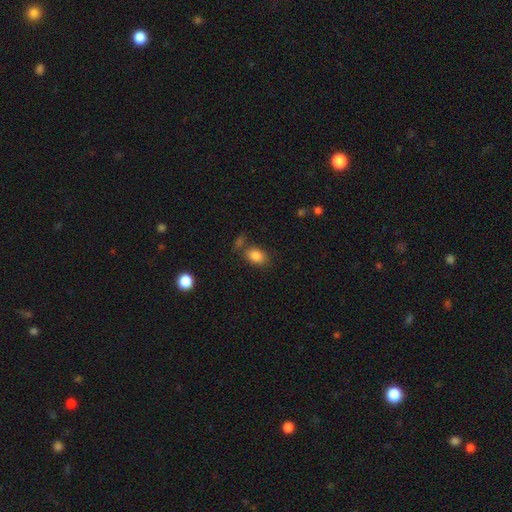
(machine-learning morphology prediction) type=smooth (84%); roundness=in between (77%); merging=none (66%).